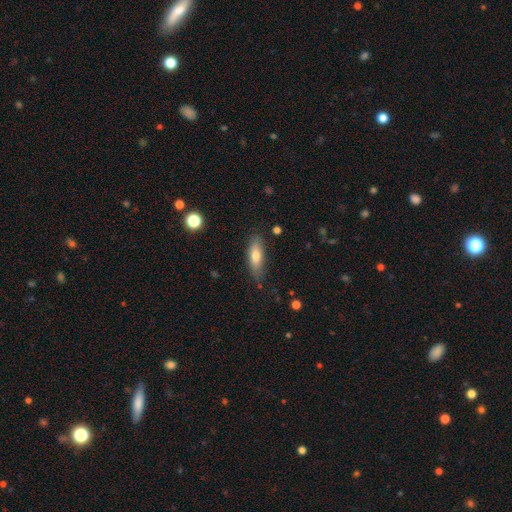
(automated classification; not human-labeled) smooth_or_featured: smooth (p=0.72) [alt: featured or disk p=0.21]
how_rounded: in between (p=0.57) [alt: cigar-shaped p=0.41]
merging: none (p=0.78) [alt: minor disturbance p=0.16]